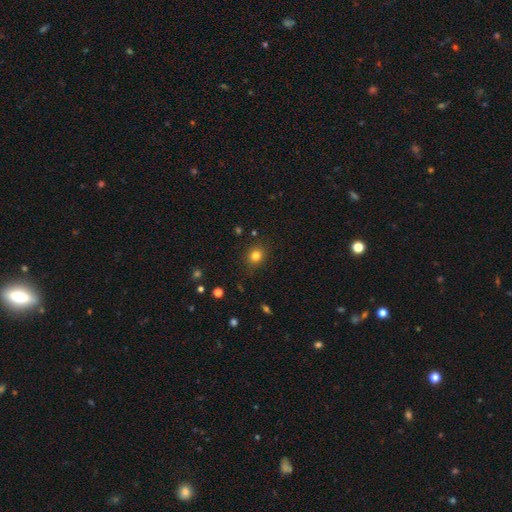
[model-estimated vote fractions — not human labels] Overall: smooth (81%). How rounded: round (81%). Merging: none (87%).